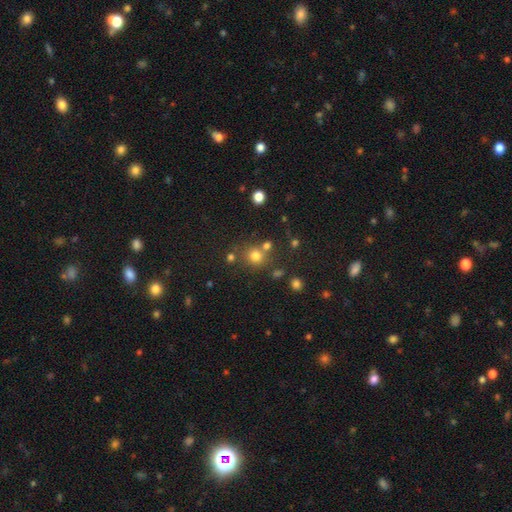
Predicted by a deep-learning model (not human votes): Smooth or featured? smooth (75%)
How rounded? round (86%)
Merging? none (67%)